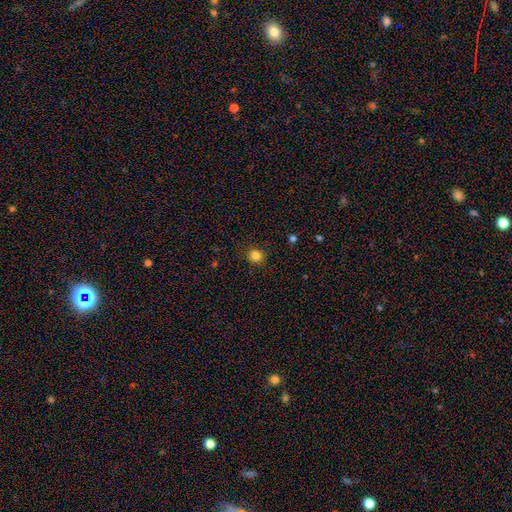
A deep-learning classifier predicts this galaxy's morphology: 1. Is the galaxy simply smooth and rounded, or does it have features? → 83% smooth, 13% star or artifact, 4% featured or disk.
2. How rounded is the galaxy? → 88% round, 11% in between, 1% cigar-shaped.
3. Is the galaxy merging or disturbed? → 90% none, 7% minor disturbance, 2% major disturbance, 1% merger.